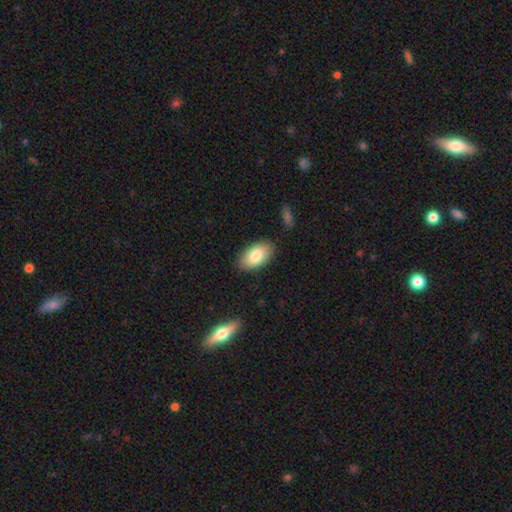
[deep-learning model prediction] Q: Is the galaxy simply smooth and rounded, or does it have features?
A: smooth — 81%.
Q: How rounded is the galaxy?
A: in between — 94%.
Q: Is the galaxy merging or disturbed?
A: none — 84%.